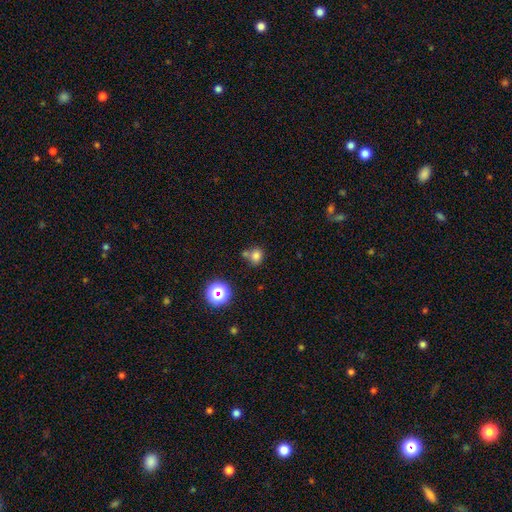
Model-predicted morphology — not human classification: smooth 75%, star or artifact 17%, featured or disk 8%. Down the decision tree: how rounded — round (78%); merging — none (55%).